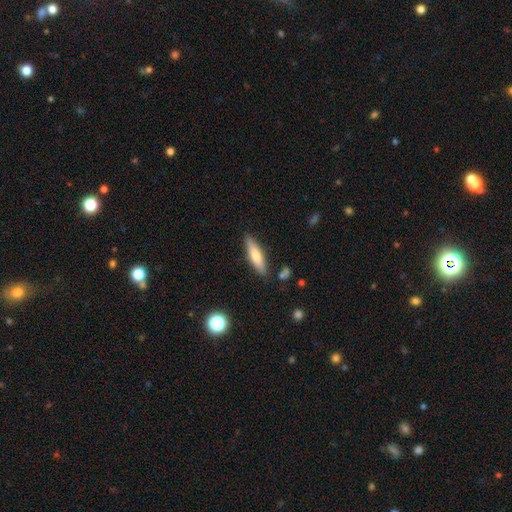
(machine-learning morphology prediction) The model was most divided on "smooth or featured": smooth: 69%, featured or disk: 25%, star or artifact: 6%. More confident: merging — none (84%); how rounded — cigar-shaped (73%).